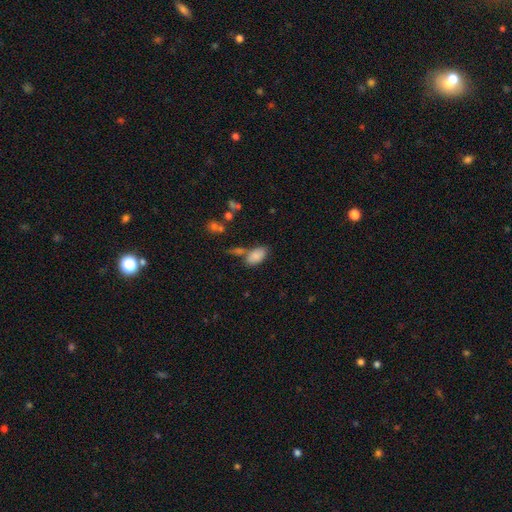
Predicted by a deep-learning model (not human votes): A smooth galaxy with no disk features (84%) that is in between round and cigar-shaped (94%). Merging: none (55%).